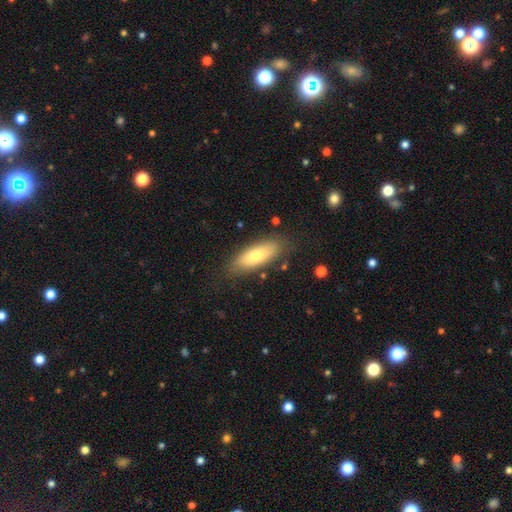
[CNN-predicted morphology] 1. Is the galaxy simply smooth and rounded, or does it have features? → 73% smooth, 21% featured or disk, 6% star or artifact.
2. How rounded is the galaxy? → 67% in between, 31% cigar-shaped, 2% round.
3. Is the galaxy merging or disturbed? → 82% none, 13% minor disturbance, 3% major disturbance, 2% merger.